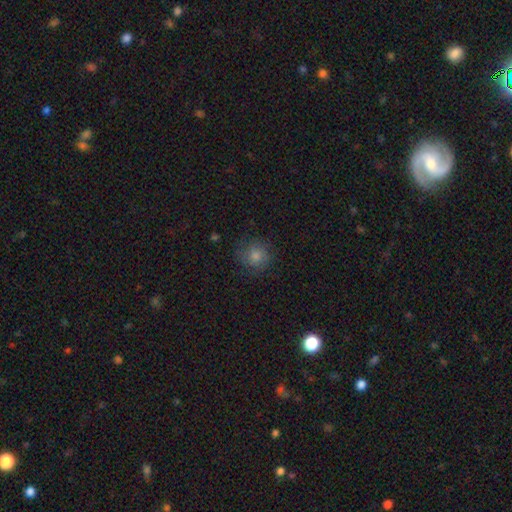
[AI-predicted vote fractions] Q: Smooth or featured?
A: smooth (64%); runner-up: featured or disk (18%)
Q: How rounded?
A: round (88%); runner-up: in between (11%)
Q: Merging?
A: none (79%); runner-up: minor disturbance (14%)